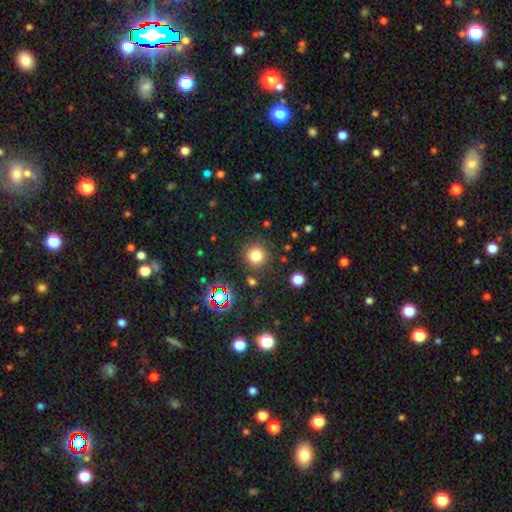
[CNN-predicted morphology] Smooth or featured: smooth — 77% (star or artifact — 17%)
How rounded: round — 93% (in between — 6%)
Merging: none — 85% (minor disturbance — 8%)